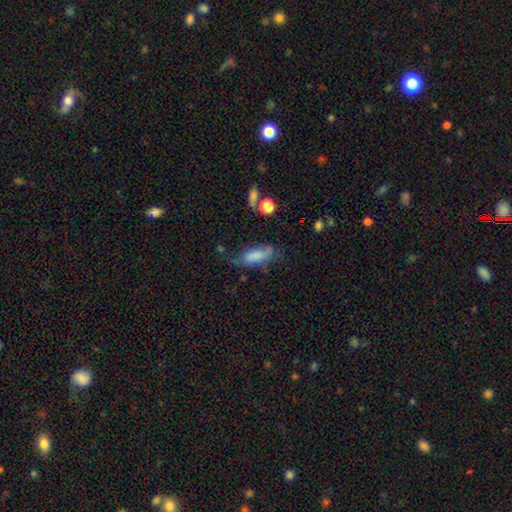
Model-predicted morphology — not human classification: smooth 74%, featured or disk 17%, star or artifact 9%. Down the decision tree: how rounded — in between (65%); merging — none (44%).